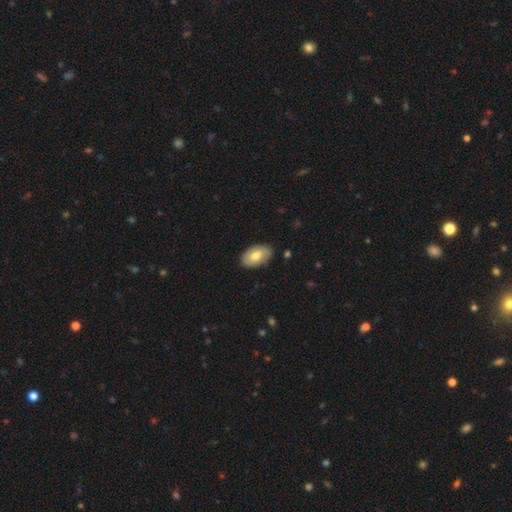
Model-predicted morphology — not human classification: Smooth or featured: smooth — 70% (featured or disk — 25%)
How rounded: in between — 94% (round — 5%)
Merging: none — 84% (minor disturbance — 12%)